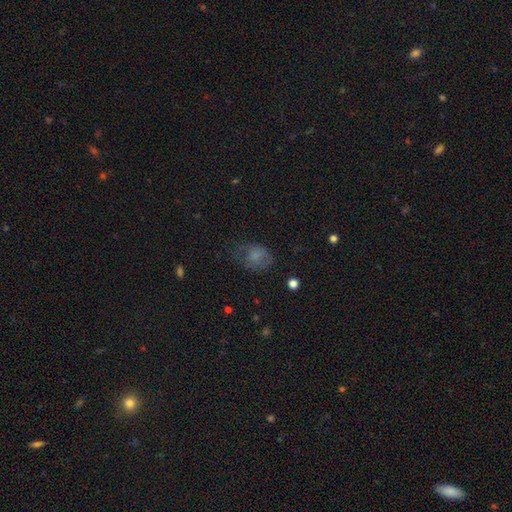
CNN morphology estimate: A smooth galaxy with no disk features (67%) that is in between round and cigar-shaped (60%). Merging: none (46%).